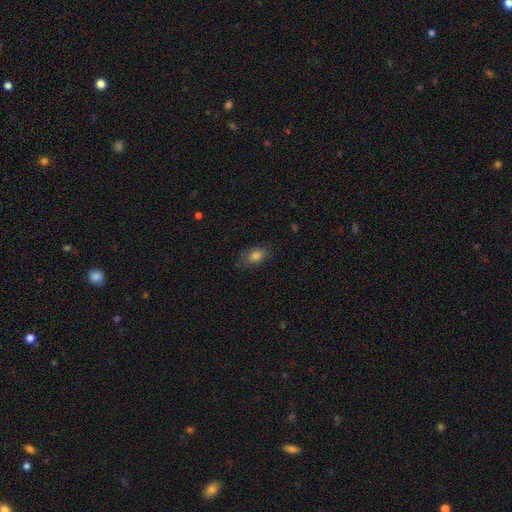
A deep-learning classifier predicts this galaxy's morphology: This is clearly a smooth galaxy (81%). How rounded: clearly in between (83%). Merging: likely none (74%).